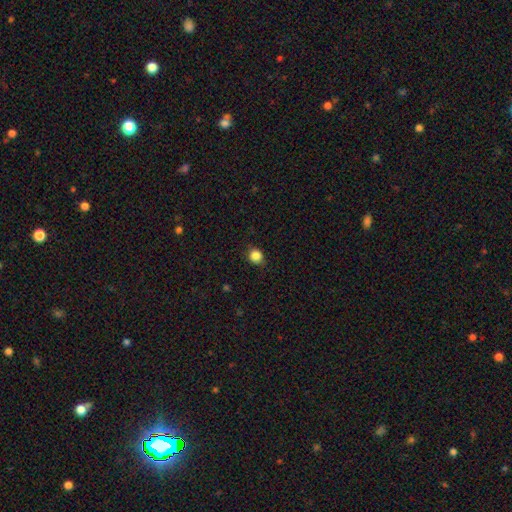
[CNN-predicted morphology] Overall: smooth (86%). How rounded: round (82%). Merging: none (85%).